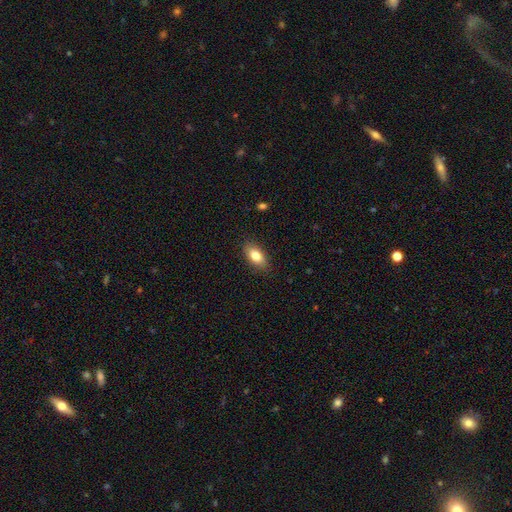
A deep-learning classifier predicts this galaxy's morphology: Overall: smooth (82%). How rounded: in between (89%). Merging: none (87%).